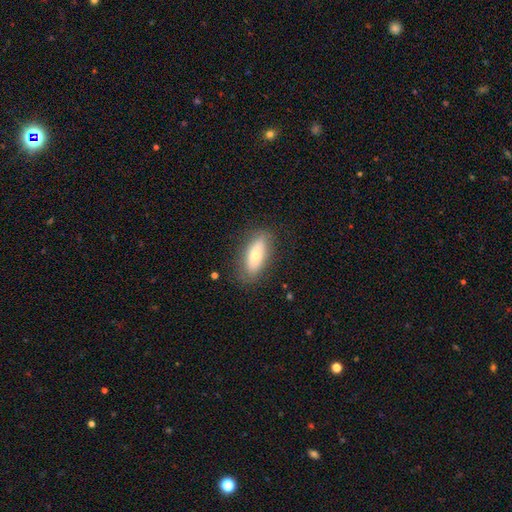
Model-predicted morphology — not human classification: smooth-or-featured: smooth: 66% | featured or disk: 26% | star or artifact: 7%
  how-rounded: in between: 78% | cigar-shaped: 19% | round: 3%
  merging: none: 80% | minor disturbance: 14% | major disturbance: 4% | merger: 1%